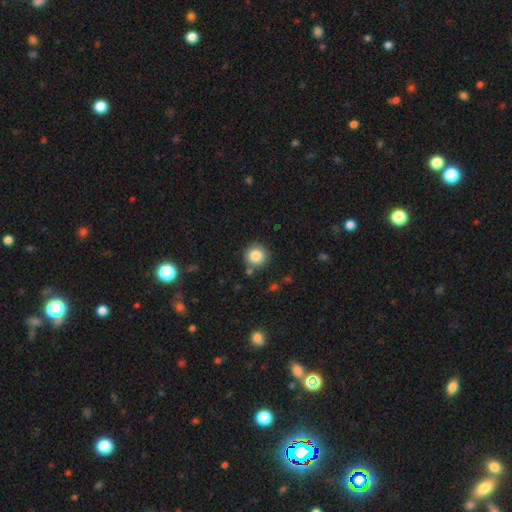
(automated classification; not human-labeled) A smooth galaxy with no disk features (84%) that is round (94%). Merging: none (83%).